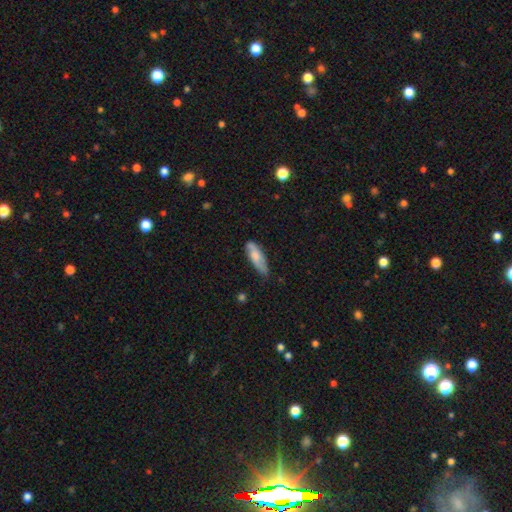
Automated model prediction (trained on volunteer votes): Overall: smooth (71%). How rounded: in between (52%; cigar-shaped 46%). Merging: none (61%; minor disturbance 31%).